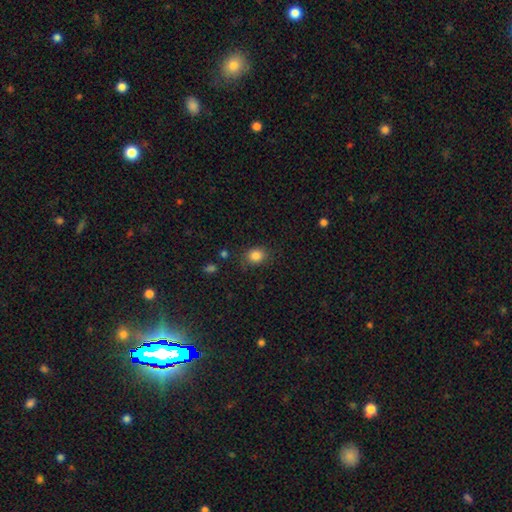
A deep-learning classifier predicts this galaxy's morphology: smooth 85%, star or artifact 10%, featured or disk 5%. Down the decision tree: how rounded — round (64%); merging — none (78%).